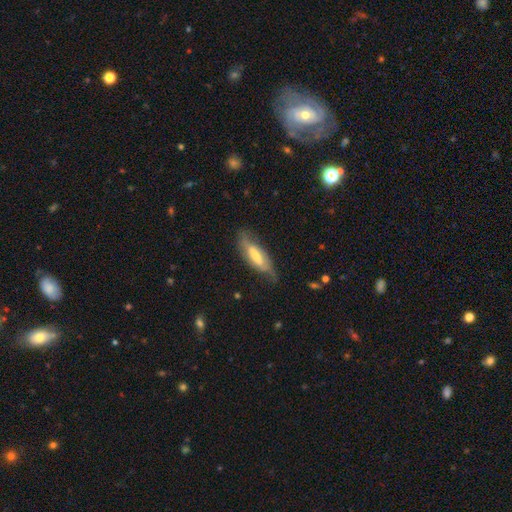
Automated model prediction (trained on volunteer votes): A featured or disk galaxy (56%).

Vote fractions:
- Smooth or featured? featured or disk: 56% / smooth: 38% / star or artifact: 7%
- Edge-on disk? no: 64% / yes: 36%
- Merging? none: 64% / minor disturbance: 26% / major disturbance: 9% / merger: 2%